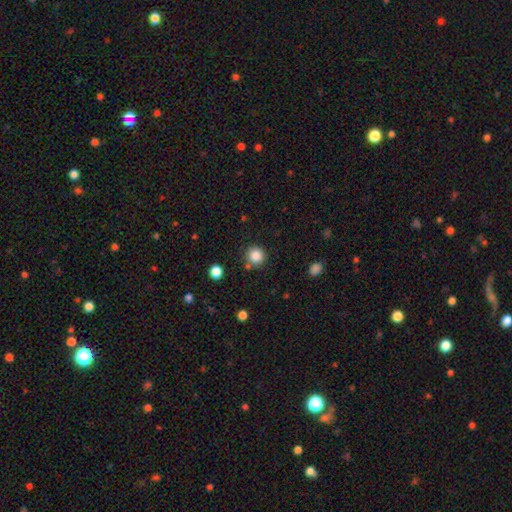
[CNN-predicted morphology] Smooth or featured? Predicted: smooth (p=0.85). How rounded? Predicted: round (p=0.93). Merging? Predicted: none (p=0.82).